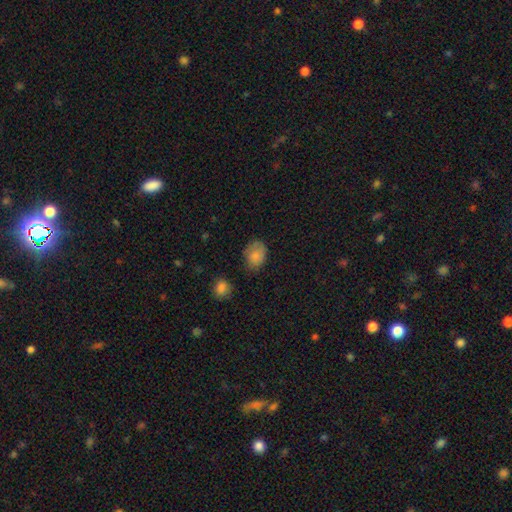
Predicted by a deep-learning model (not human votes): smooth-or-featured: smooth: 80% | featured or disk: 11% | star or artifact: 8%
  how-rounded: in between: 64% | round: 35% | cigar-shaped: 1%
  merging: none: 65% | minor disturbance: 26% | major disturbance: 7% | merger: 3%